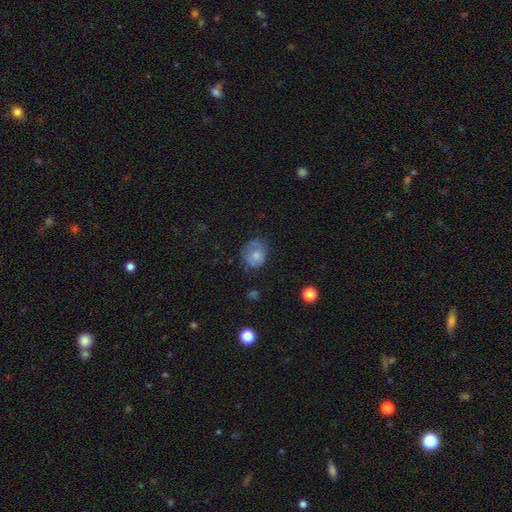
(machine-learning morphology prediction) type=smooth (64%); roundness=round (66%); merging=none (48%).